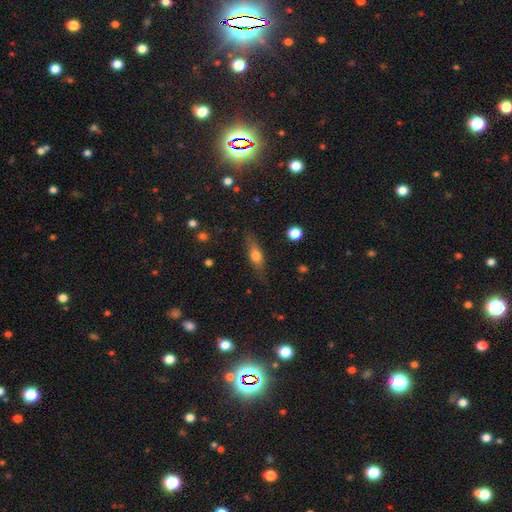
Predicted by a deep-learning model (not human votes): Smooth or featured? Predicted: smooth (p=0.60). How rounded? Predicted: in between (p=0.48). Merging? Predicted: none (p=0.76).